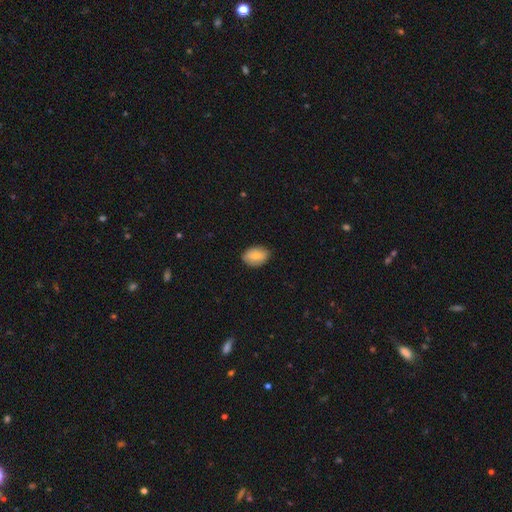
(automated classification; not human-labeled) Smooth or featured? Predicted: smooth (p=0.74). How rounded? Predicted: in between (p=0.81). Merging? Predicted: none (p=0.80).